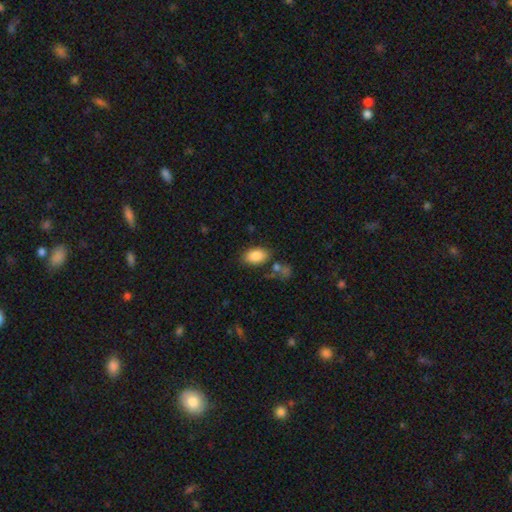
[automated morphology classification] This appears to be a smooth galaxy with no disk features (87%) that is in between round and cigar-shaped (92%). Merging: none (77%).